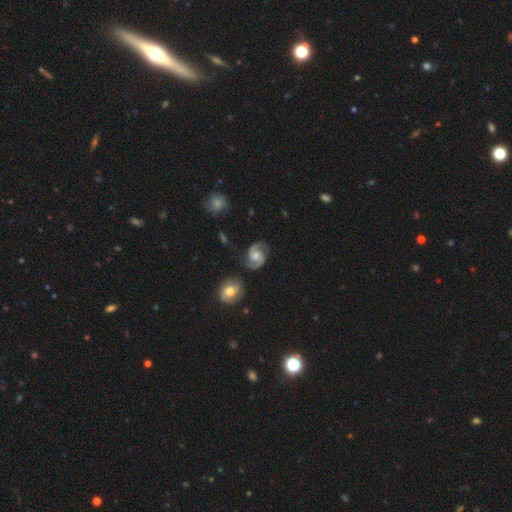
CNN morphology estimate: A featured or disk galaxy (88%) with no bar (60%), 2 (93%) medium (56%) spiral arms (98%) and a moderate central bulge (62%).

Vote fractions:
- Smooth or featured? featured or disk: 88% / smooth: 7% / star or artifact: 5%
- Edge-on disk? no: 98% / yes: 2%
- Bar? no: 60% / weak: 33% / strong: 7%
- Spiral arms? yes: 98% / no: 2%
- Spiral winding? medium: 56% / tight: 32% / loose: 13%
- Spiral arm count? 2: 93% / can't tell: 2% / 3: 1% / 1: 1% / 4: 1% / more than 4: 1%
- Bulge size? moderate: 62% / small: 26% / large: 6% / none: 4% / dominant: 1%
- Merging? none: 79% / minor disturbance: 13% / major disturbance: 4% / merger: 4%